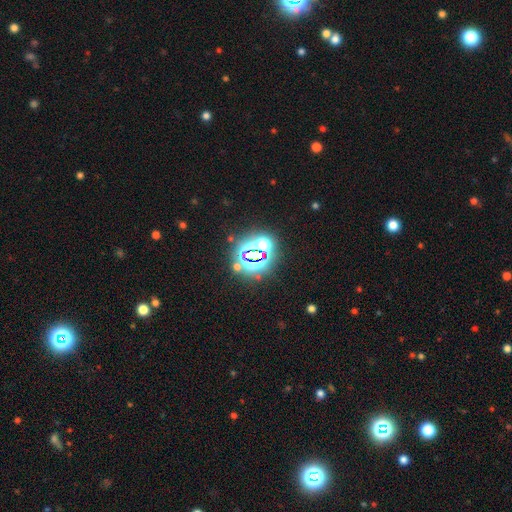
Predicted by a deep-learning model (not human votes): star or artifact 73%, smooth 17%, featured or disk 9%.